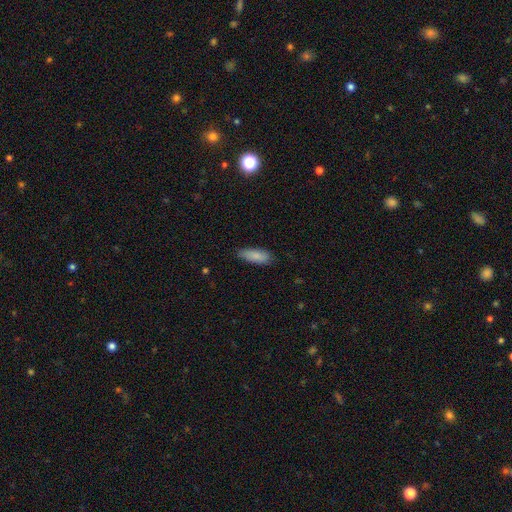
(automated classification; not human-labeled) Smooth or featured?
  - smooth: 87% *
  - featured or disk: 7%
  - star or artifact: 6%
How rounded?
  - in between: 68% *
  - cigar-shaped: 30%
  - round: 2%
Merging?
  - none: 81% *
  - minor disturbance: 15%
  - major disturbance: 3%
  - merger: 1%